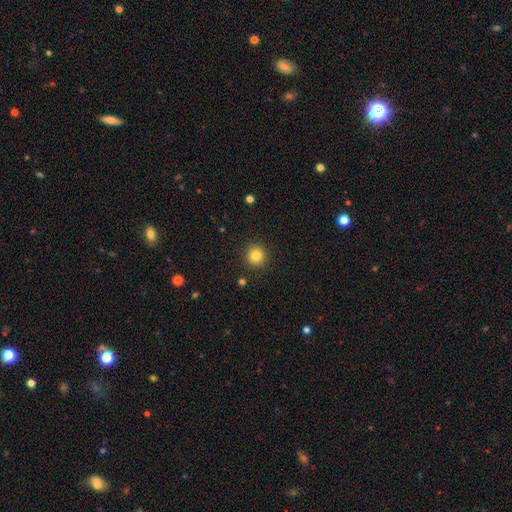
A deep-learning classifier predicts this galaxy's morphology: A smooth galaxy with no disk features (83%) that is round (94%). Merging: none (91%).